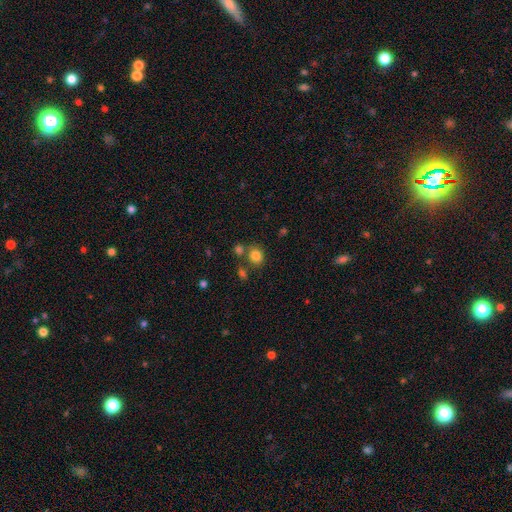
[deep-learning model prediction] smooth-or-featured: smooth: 81% | star or artifact: 12% | featured or disk: 7%
  how-rounded: round: 70% | in between: 29% | cigar-shaped: 1%
  merging: none: 67% | merger: 17% | minor disturbance: 12% | major disturbance: 5%